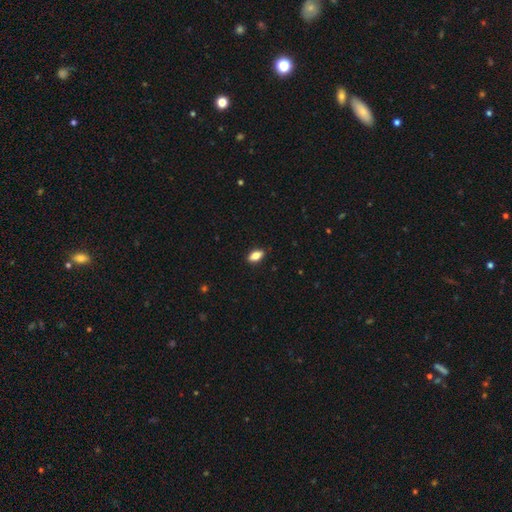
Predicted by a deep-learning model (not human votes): Overall: smooth (80%). How rounded: in between (88%). Merging: none (88%).